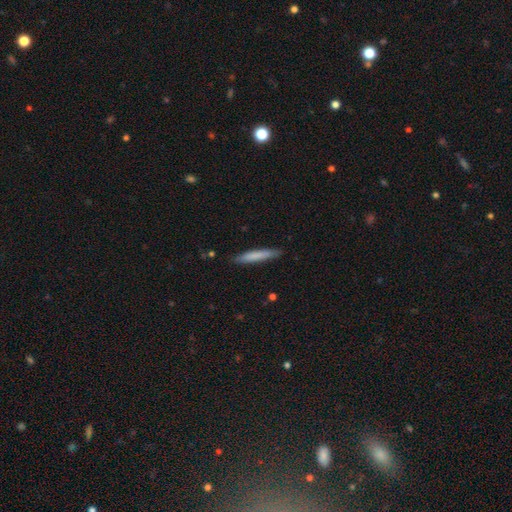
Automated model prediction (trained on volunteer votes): Smooth or featured? Predicted: smooth (p=0.74). How rounded? Predicted: cigar-shaped (p=0.94). Merging? Predicted: none (p=0.87).